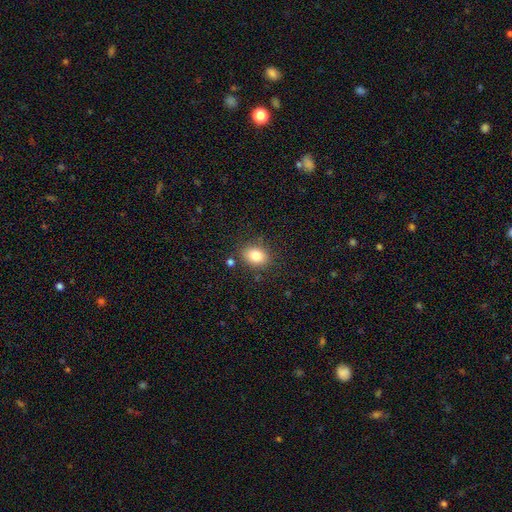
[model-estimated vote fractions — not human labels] Smooth or featured? smooth (82%)
How rounded? in between (63%)
Merging? none (83%)